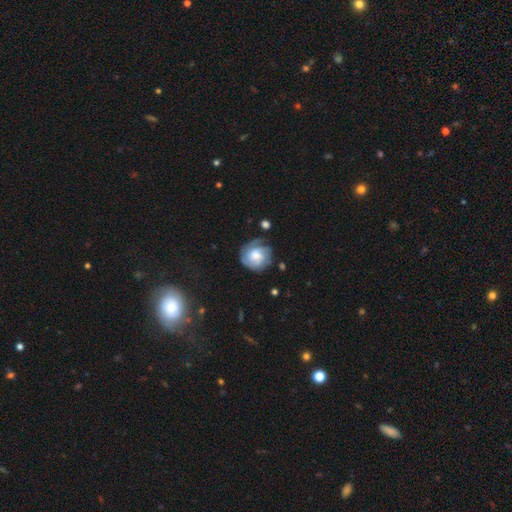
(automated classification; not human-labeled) smooth-or-featured: featured or disk: 68% | smooth: 25% | star or artifact: 7%
  disk-edge-on: no: 98% | yes: 2%
    bar: no: 68% | weak: 27% | strong: 5%
    has-spiral-arms: yes: 91% | no: 9%
      spiral-winding: tight: 64% | medium: 27% | loose: 8%
      spiral-arm-count: can't tell: 35% | 3: 26% | 2: 17% | 4: 10% | 1: 7% | more than 4: 5%
    bulge-size: moderate: 51% | large: 26% | small: 16% | none: 5% | dominant: 2%
  merging: none: 68% | minor disturbance: 20% | major disturbance: 9% | merger: 2%